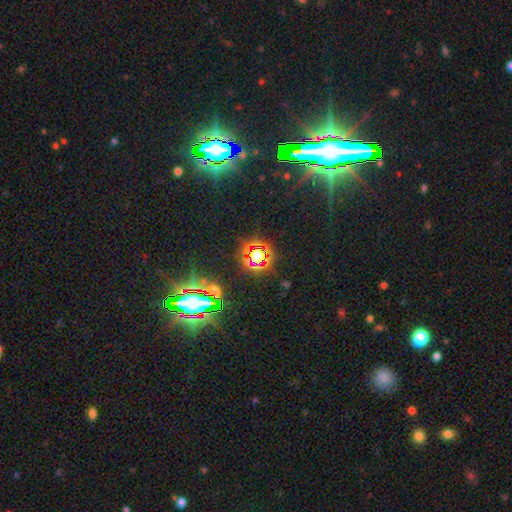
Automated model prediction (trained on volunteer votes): This is likely a star or artifact rather than a galaxy (72%).